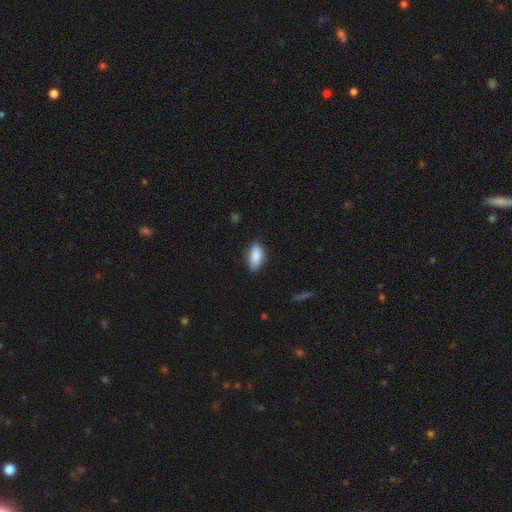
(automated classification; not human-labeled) Smooth or featured? Predicted: smooth (p=0.87). How rounded? Predicted: in between (p=0.87). Merging? Predicted: none (p=0.78).